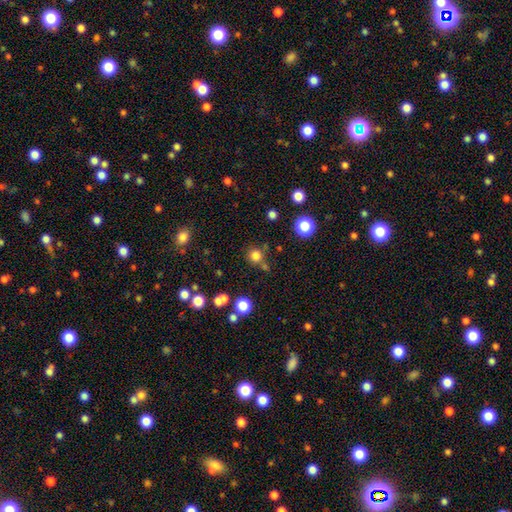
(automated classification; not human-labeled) smooth 77%, star or artifact 17%, featured or disk 6%. Down the decision tree: how rounded — round (91%); merging — none (72%).